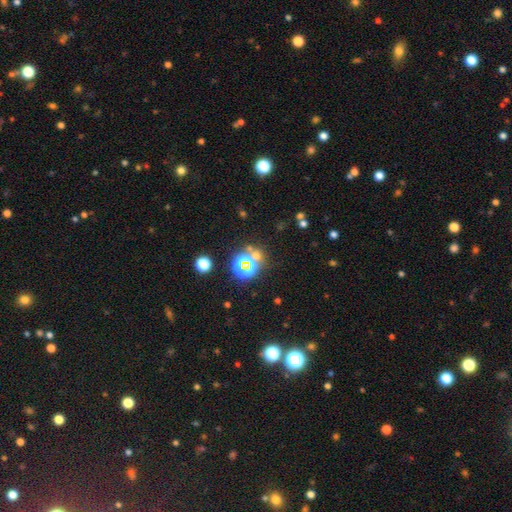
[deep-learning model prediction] A star or artifact, not a galaxy (54%).

Vote fractions:
- Smooth or featured? star or artifact: 54% / smooth: 36% / featured or disk: 9%